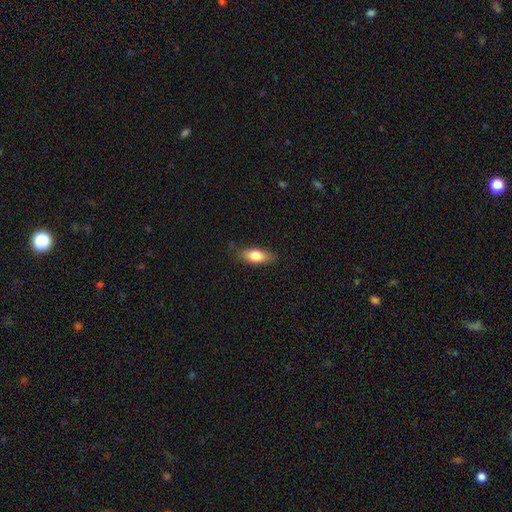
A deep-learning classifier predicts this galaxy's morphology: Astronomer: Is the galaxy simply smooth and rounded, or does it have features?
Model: smooth — 78%.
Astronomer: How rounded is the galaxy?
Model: in between — 78%.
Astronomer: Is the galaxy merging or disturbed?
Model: none — 78%.